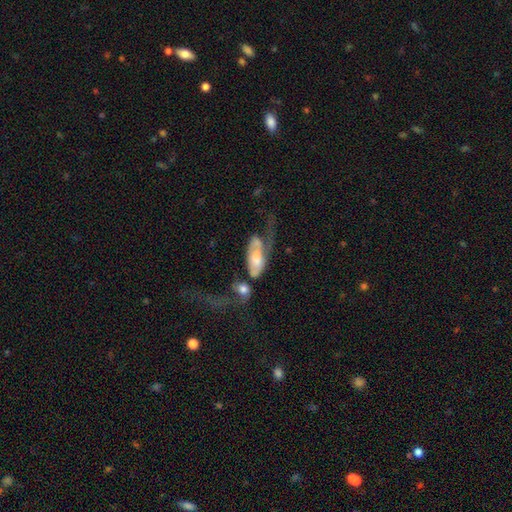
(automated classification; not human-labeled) The model was most divided on "bulge size": moderate: 29%, large: 24%, small: 22%, none: 19%, dominant: 6%. Remaining: edge-on disk — no (88%); spiral arms — yes (69%); bar — no (63%); smooth or featured — featured or disk (59%); merging — merger (43%).